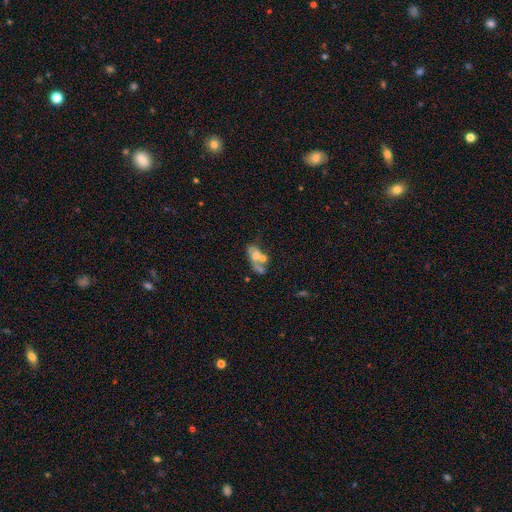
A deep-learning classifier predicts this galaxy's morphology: smooth_or_featured: featured or disk (p=0.49) [alt: smooth p=0.40]
merging: merger (p=0.55) [alt: none p=0.19]